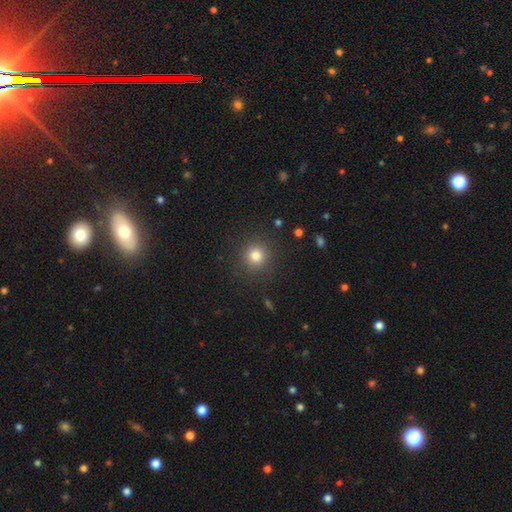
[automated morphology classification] Smooth or featured?
  - smooth: 81% *
  - star or artifact: 13%
  - featured or disk: 6%
How rounded?
  - round: 92% *
  - in between: 7%
  - cigar-shaped: 1%
Merging?
  - none: 89% *
  - minor disturbance: 7%
  - major disturbance: 3%
  - merger: 1%